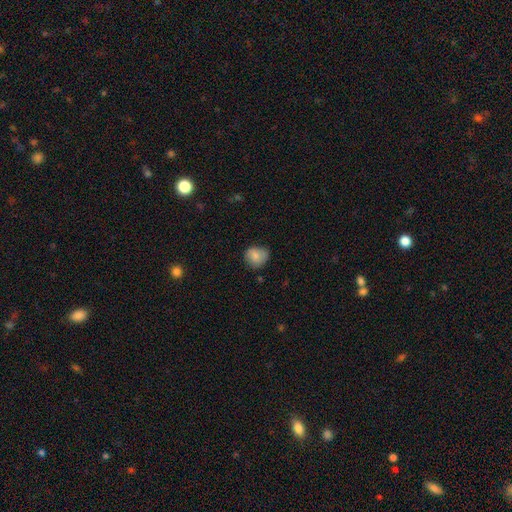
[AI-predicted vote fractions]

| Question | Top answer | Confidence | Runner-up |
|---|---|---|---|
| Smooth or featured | smooth | 82% | featured or disk (9%) |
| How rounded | round | 71% | in between (28%) |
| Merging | none | 64% | minor disturbance (29%) |